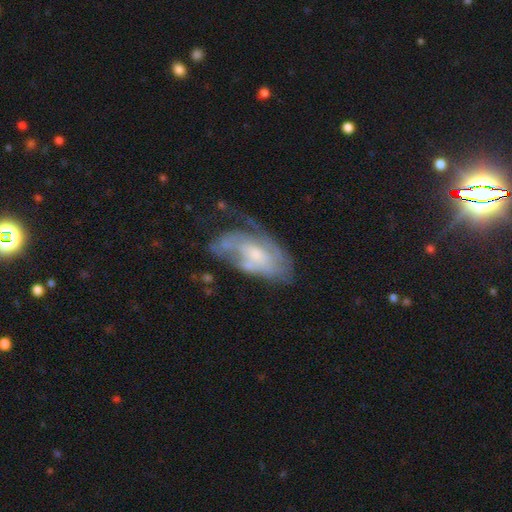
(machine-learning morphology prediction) Smooth or featured? featured or disk (69%)
Edge-on disk? no (93%)
Bar? no (65%)
Spiral arms? yes (69%)
Bulge size? small (47%)
Merging? major disturbance (35%)